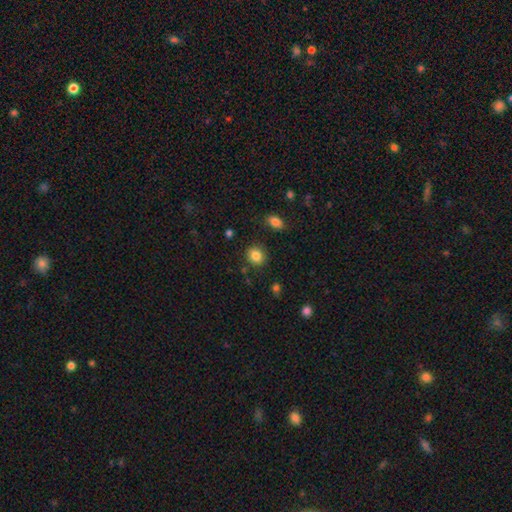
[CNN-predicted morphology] A smooth galaxy with no disk features (84%) that is round (69%). Merging: none (86%).